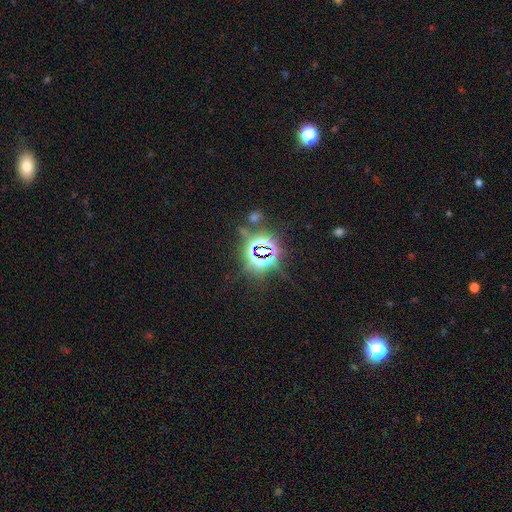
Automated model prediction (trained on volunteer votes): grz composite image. It shows a star or artifact, not a galaxy (80%).